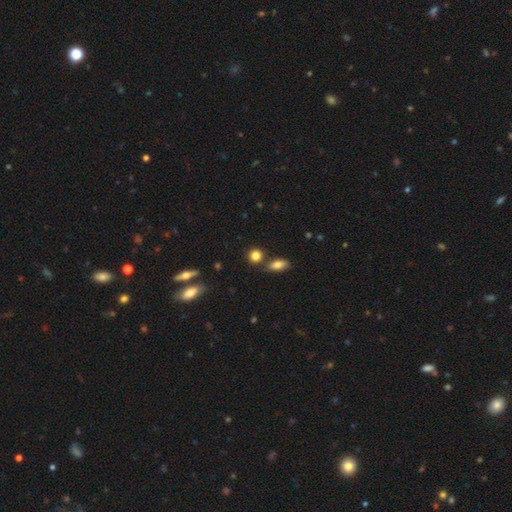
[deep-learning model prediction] Smooth or featured: smooth — 84% (star or artifact — 10%)
How rounded: round — 76% (in between — 21%)
Merging: none — 74% (merger — 13%)